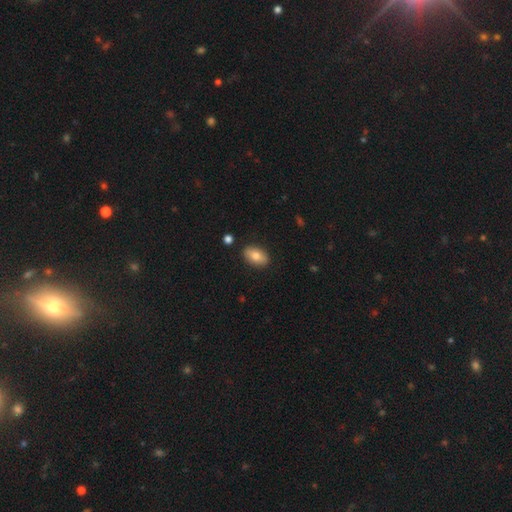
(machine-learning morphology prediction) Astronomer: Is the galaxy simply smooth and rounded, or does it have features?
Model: smooth — 79%.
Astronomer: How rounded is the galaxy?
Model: in between — 91%.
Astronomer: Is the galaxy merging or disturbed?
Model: none — 88%.